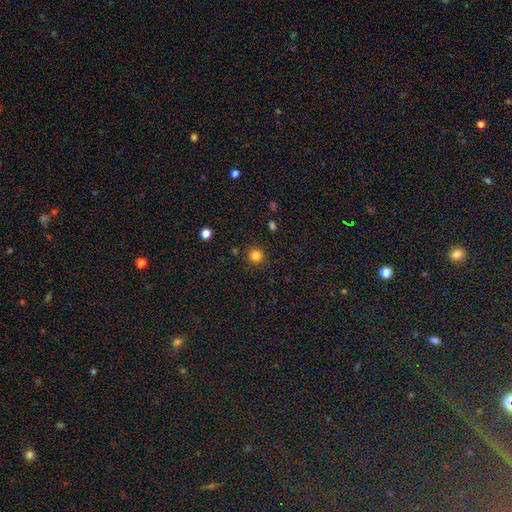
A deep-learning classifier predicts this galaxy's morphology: The model was most divided on "smooth or featured": smooth: 82%, star or artifact: 13%, featured or disk: 5%. More confident: how rounded — round (93%); merging — none (88%).